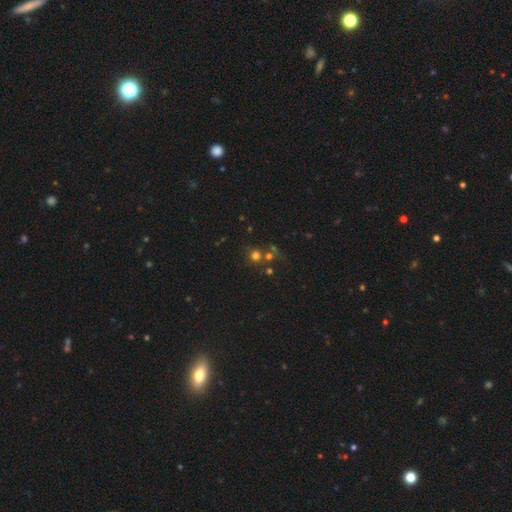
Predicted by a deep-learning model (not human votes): Overall: smooth (62%; star or artifact 27%). How rounded: round (91%). Merging: none (62%; merger 25%).